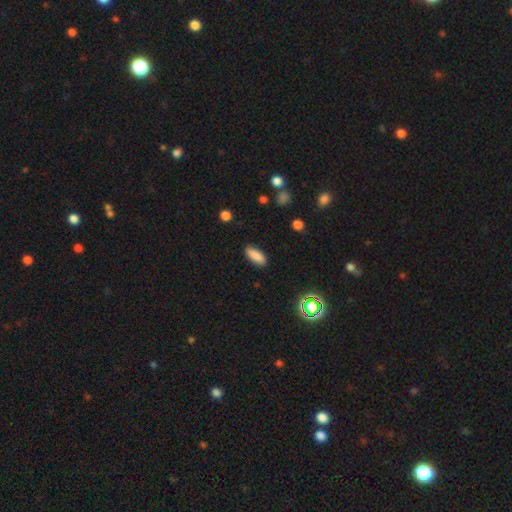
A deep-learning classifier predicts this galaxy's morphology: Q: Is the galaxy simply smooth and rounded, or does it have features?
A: smooth — 86%.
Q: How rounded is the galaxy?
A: in between — 74%.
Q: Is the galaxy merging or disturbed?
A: none — 86%.